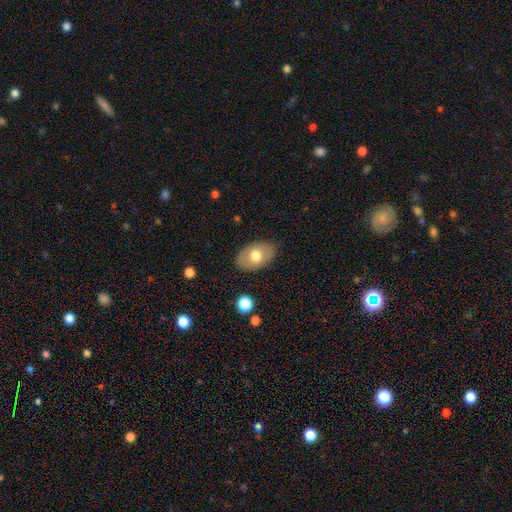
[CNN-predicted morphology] A smooth galaxy with no disk features (67%) that is in between round and cigar-shaped (88%).

Vote fractions:
- Smooth or featured? smooth: 67% / featured or disk: 26% / star or artifact: 6%
- How rounded? in between: 88% / round: 11% / cigar-shaped: 1%
- Merging? none: 85% / minor disturbance: 11% / major disturbance: 3% / merger: 1%